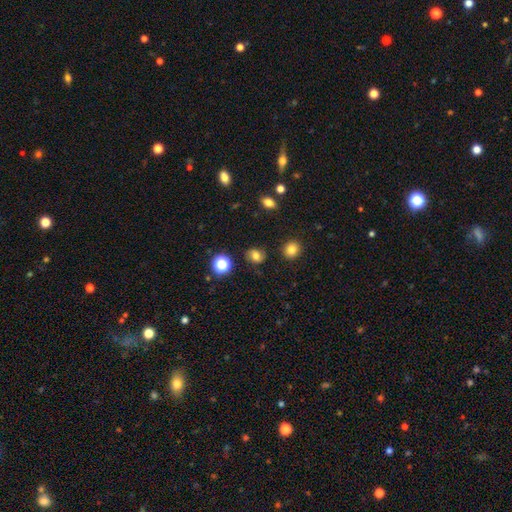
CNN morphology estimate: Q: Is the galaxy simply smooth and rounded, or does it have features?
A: smooth — 69%.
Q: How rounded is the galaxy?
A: round — 61%.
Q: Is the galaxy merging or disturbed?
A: none — 82%.